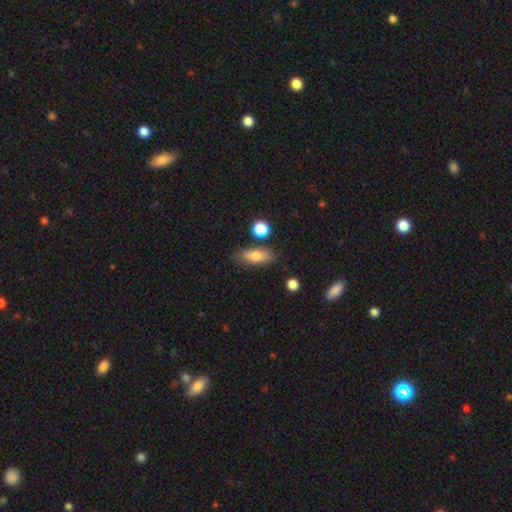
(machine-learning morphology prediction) Smooth or featured? smooth (78%)
How rounded? in between (73%)
Merging? none (79%)